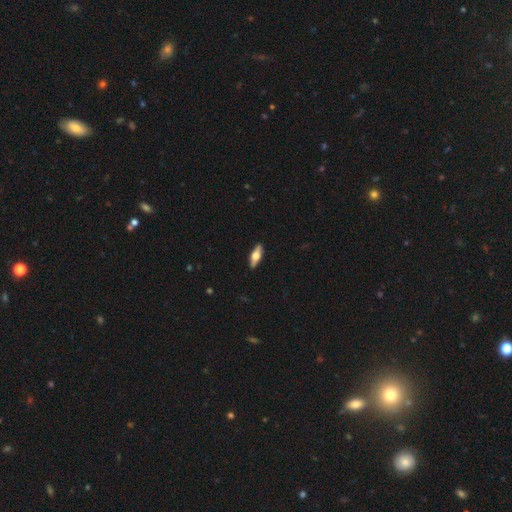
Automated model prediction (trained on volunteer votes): Smooth or featured: smooth — 50% (featured or disk — 44%)
Merging: none — 89% (minor disturbance — 8%)